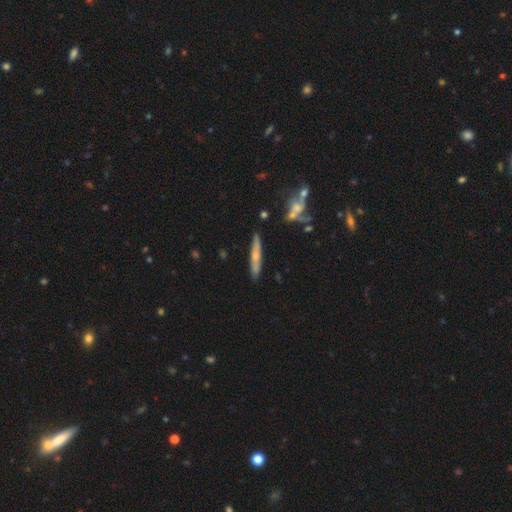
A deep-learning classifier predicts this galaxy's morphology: Smooth or featured: smooth — 48% (featured or disk — 45%)
Merging: none — 84% (minor disturbance — 11%)